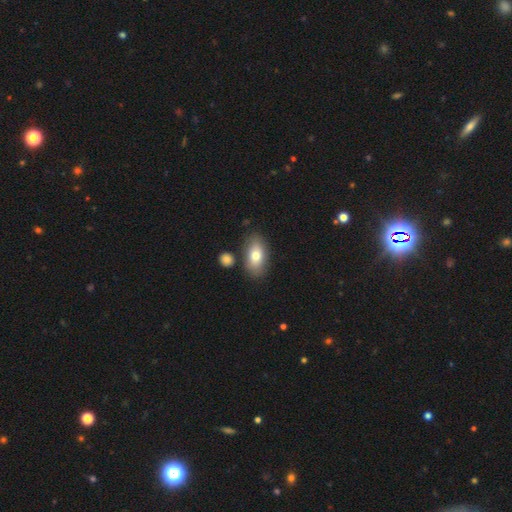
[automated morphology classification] This is likely a smooth galaxy (75%). How rounded: clearly in between (90%). Merging: likely none (78%).